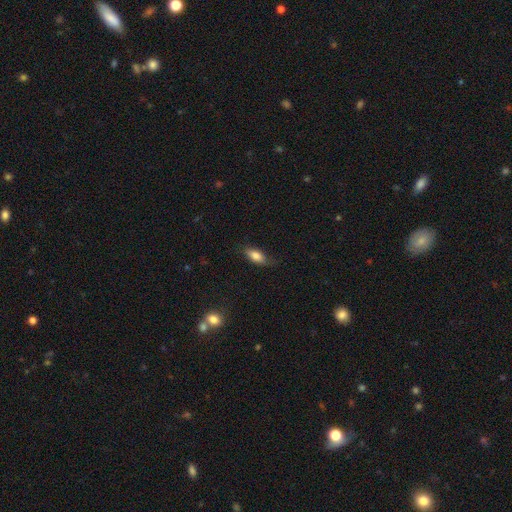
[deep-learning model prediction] Smooth or featured?
  - smooth: 80% *
  - featured or disk: 12%
  - star or artifact: 7%
How rounded?
  - in between: 83% *
  - cigar-shaped: 14%
  - round: 4%
Merging?
  - none: 68% *
  - minor disturbance: 24%
  - major disturbance: 6%
  - merger: 1%